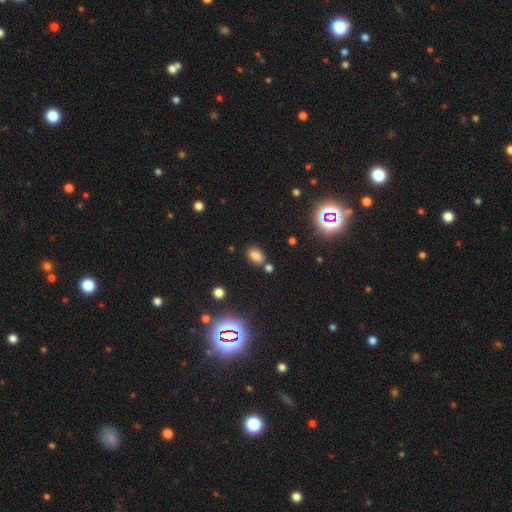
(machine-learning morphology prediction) smooth 74%, star or artifact 18%, featured or disk 8%. Down the decision tree: how rounded — in between (86%); merging — none (76%).